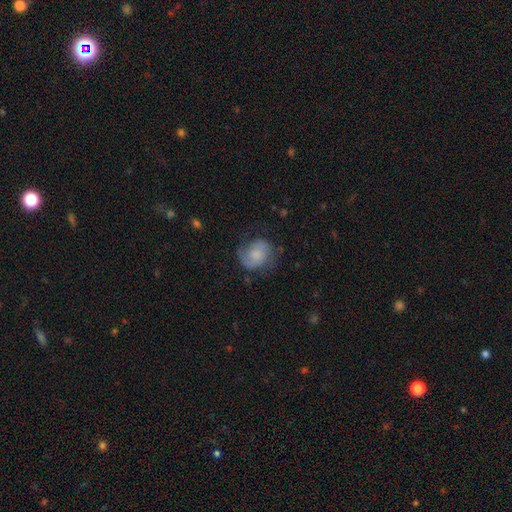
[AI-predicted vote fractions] smooth-or-featured: featured or disk: 50% | smooth: 42% | star or artifact: 8%
  merging: none: 55% | minor disturbance: 25% | major disturbance: 18% | merger: 2%